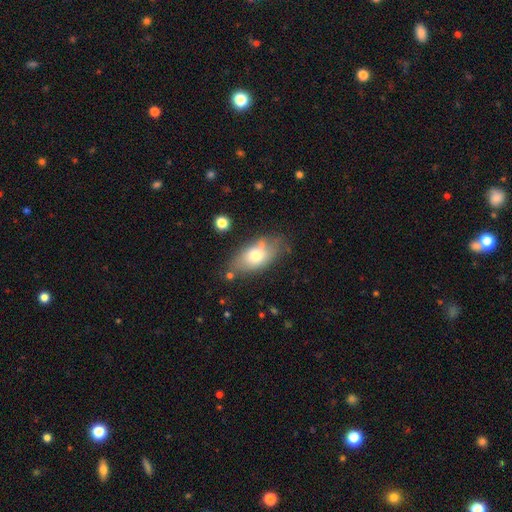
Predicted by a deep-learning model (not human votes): smooth-or-featured: smooth: 66% | featured or disk: 26% | star or artifact: 8%
  how-rounded: in between: 87% | round: 7% | cigar-shaped: 6%
  merging: none: 64% | minor disturbance: 21% | merger: 8% | major disturbance: 7%